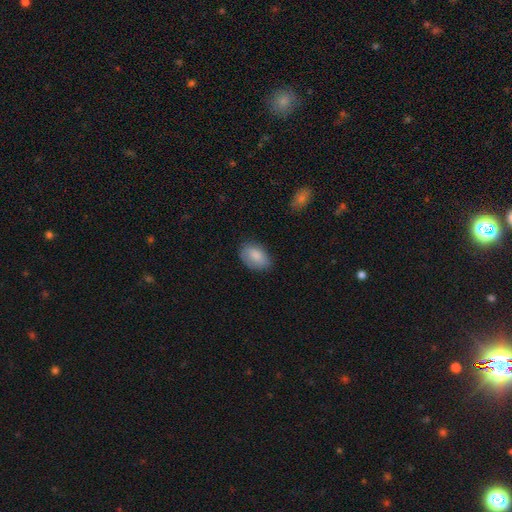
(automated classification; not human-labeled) Smooth or featured? Predicted: smooth (p=0.83). How rounded? Predicted: in between (p=0.89). Merging? Predicted: none (p=0.75).